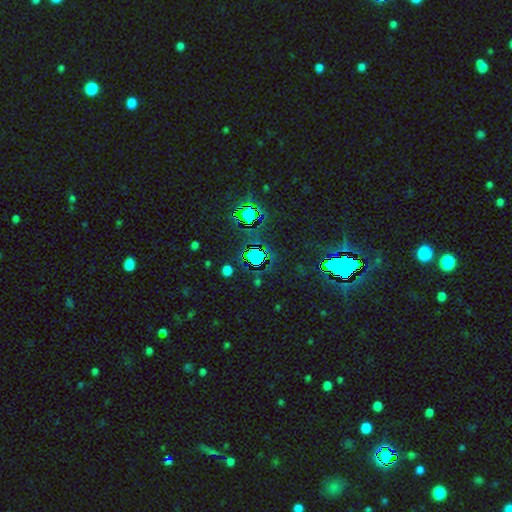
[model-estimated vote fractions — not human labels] Q: Smooth or featured?
A: star or artifact (76%); runner-up: smooth (16%)